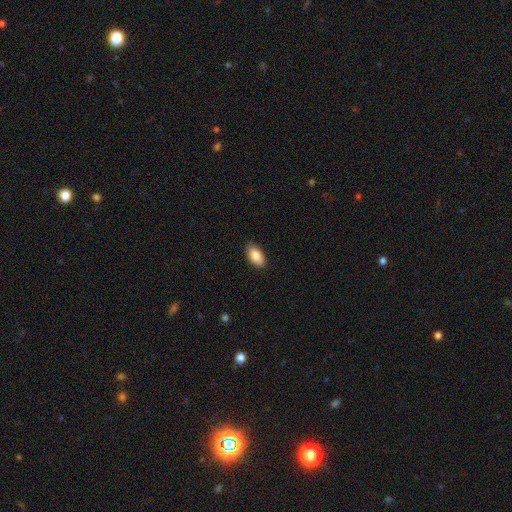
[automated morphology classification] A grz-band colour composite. It shows a smooth galaxy with no disk features (87%) that is in between round and cigar-shaped (94%). Merging: none (86%).